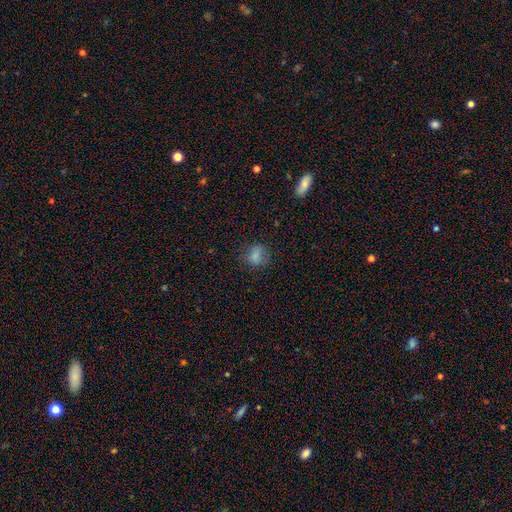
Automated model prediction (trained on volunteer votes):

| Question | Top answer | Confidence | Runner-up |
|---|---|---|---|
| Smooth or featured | smooth | 78% | star or artifact (14%) |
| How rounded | round | 55% | in between (43%) |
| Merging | none | 72% | minor disturbance (19%) |